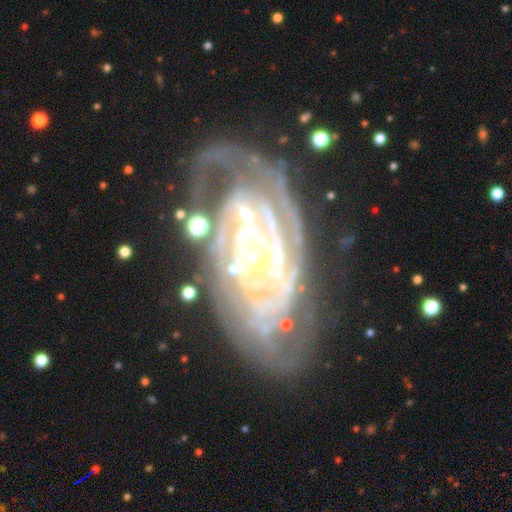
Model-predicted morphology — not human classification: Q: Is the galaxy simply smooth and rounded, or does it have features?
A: featured or disk — 89%.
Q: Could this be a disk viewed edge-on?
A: no — 95%.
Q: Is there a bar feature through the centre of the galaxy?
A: no — 62%.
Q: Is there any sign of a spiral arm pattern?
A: yes — 95%.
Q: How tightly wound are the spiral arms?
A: tight — 73%.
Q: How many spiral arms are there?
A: can't tell — 28%, tied with 2.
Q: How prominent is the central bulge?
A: small — 53%.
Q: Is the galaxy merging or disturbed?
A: none — 58%.